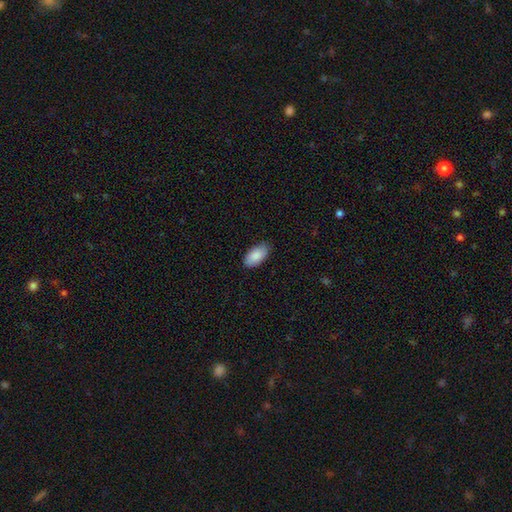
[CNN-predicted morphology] This appears to be a smooth galaxy with no disk features (88%) that is in between round and cigar-shaped (94%). Merging: none (81%).